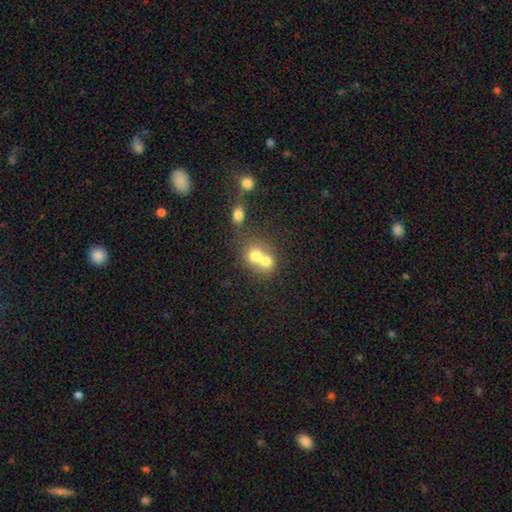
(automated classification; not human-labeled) Smooth or featured?
  - smooth: 71% *
  - featured or disk: 19%
  - star or artifact: 11%
How rounded?
  - round: 70% *
  - in between: 29%
  - cigar-shaped: 1%
Merging?
  - merger: 68% *
  - none: 24%
  - minor disturbance: 5%
  - major disturbance: 3%